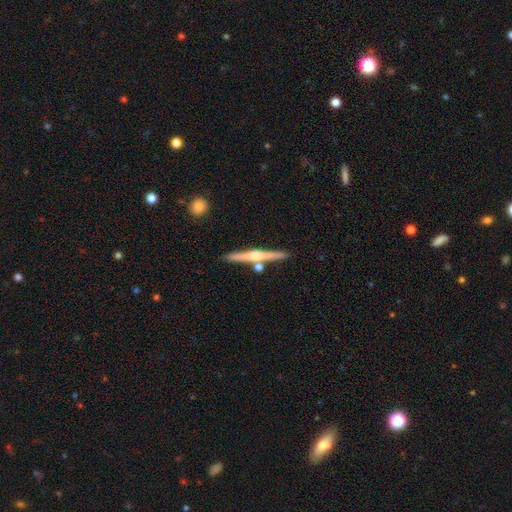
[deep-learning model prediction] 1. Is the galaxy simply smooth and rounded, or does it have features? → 67% featured or disk, 27% smooth, 5% star or artifact.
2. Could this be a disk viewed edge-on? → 98% yes, 2% no.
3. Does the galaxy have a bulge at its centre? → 85% rounded, 10% none, 5% boxy.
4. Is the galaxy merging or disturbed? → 83% none, 8% merger, 8% minor disturbance, 2% major disturbance.